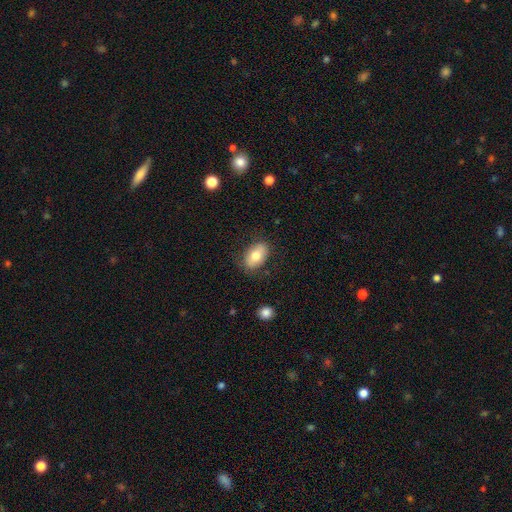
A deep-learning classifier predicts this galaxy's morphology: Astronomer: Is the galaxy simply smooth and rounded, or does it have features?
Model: smooth — 74%.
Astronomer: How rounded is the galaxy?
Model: in between — 87%.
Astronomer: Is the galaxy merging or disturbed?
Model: none — 79%.